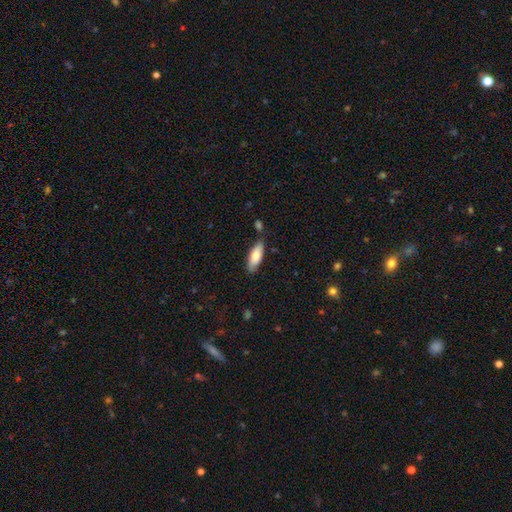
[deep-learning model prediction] smooth-or-featured: smooth: 76% | featured or disk: 18% | star or artifact: 6%
  how-rounded: in between: 73% | cigar-shaped: 25% | round: 2%
  merging: none: 79% | minor disturbance: 14% | merger: 4% | major disturbance: 3%